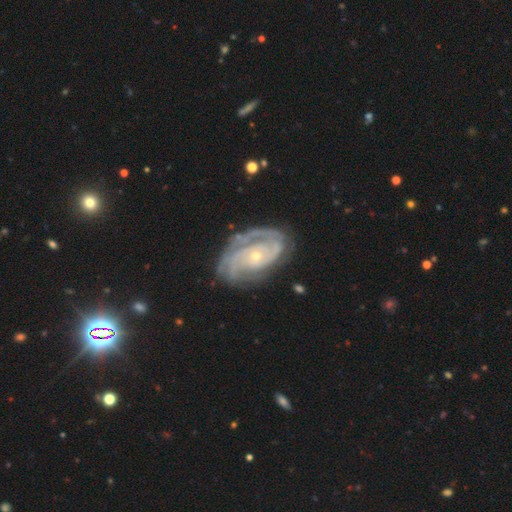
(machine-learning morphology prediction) smooth_or_featured: featured or disk (p=0.88) [alt: smooth p=0.07]
disk_edge_on: no (p=0.97) [alt: yes p=0.03]
bar: no (p=0.75) [alt: weak p=0.19]
has_spiral_arms: yes (p=0.96) [alt: no p=0.04]
spiral_winding: tight (p=0.68) [alt: medium p=0.26]
spiral_arm_count: 2 (p=0.32) [alt: can't tell p=0.26]
bulge_size: small (p=0.76) [alt: moderate p=0.21]
merging: none (p=0.69) [alt: minor disturbance p=0.20]